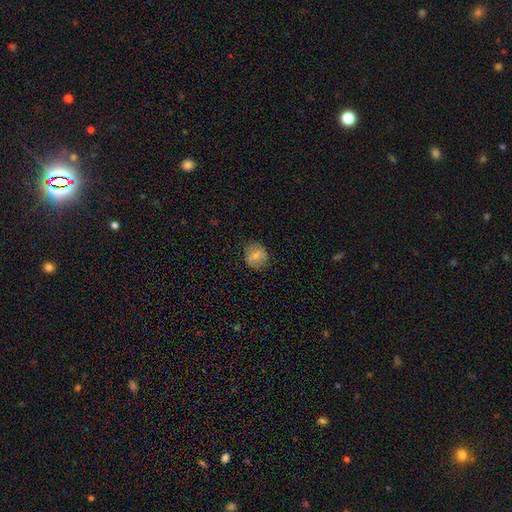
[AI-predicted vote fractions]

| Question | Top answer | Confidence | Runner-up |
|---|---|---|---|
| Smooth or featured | smooth | 76% | featured or disk (14%) |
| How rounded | round | 85% | in between (14%) |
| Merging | none | 82% | minor disturbance (13%) |